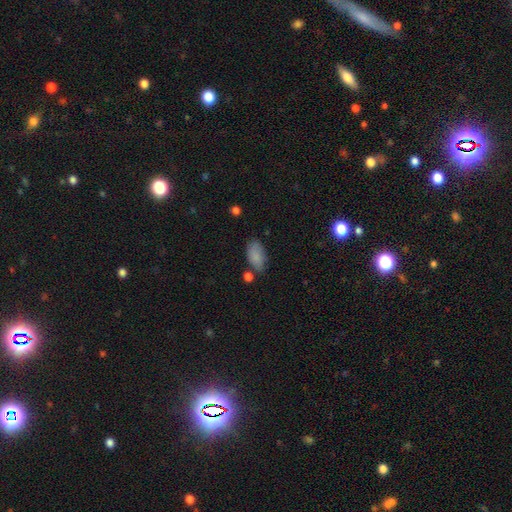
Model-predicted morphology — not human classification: Smooth or featured?
  - smooth: 83% *
  - featured or disk: 9%
  - star or artifact: 8%
How rounded?
  - in between: 93% *
  - round: 4%
  - cigar-shaped: 3%
Merging?
  - none: 64% *
  - minor disturbance: 23%
  - merger: 7%
  - major disturbance: 6%